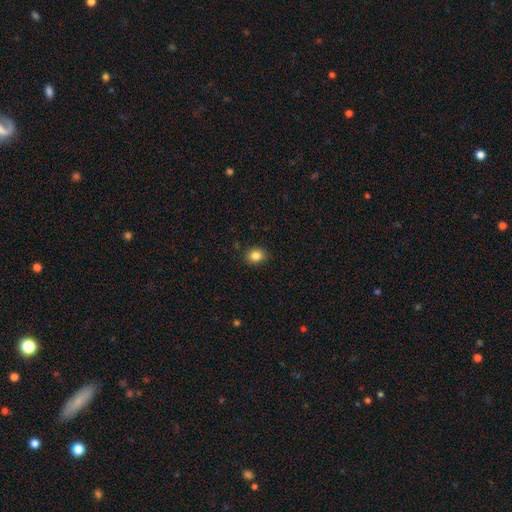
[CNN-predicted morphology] Smooth or featured? smooth (84%)
How rounded? round (65%)
Merging? none (89%)